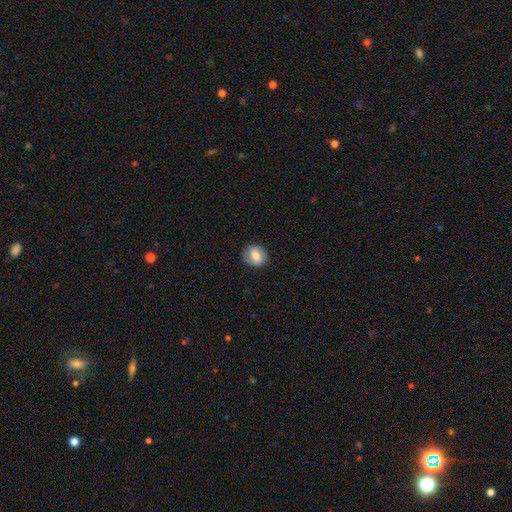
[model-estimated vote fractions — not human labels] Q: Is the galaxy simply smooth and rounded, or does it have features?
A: smooth — 74%.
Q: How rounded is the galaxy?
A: round — 64%.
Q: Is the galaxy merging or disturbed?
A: none — 83%.